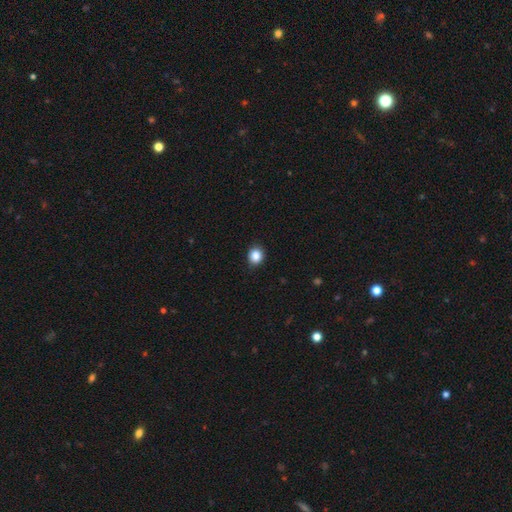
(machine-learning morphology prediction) smooth_or_featured: smooth (p=0.86) [alt: star or artifact p=0.10]
how_rounded: round (p=0.74) [alt: in between p=0.25]
merging: none (p=0.88) [alt: minor disturbance p=0.09]